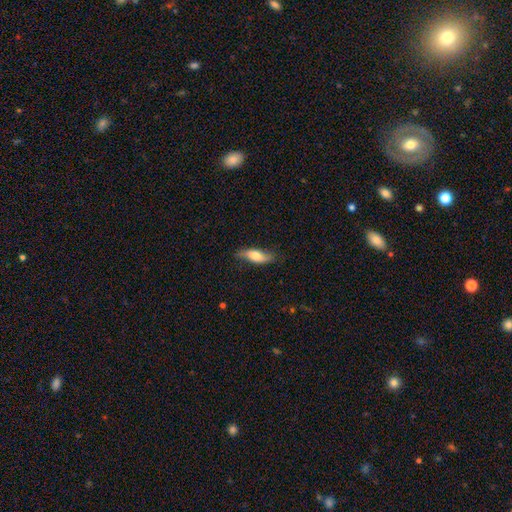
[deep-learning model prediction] Smooth or featured? smooth (63%)
How rounded? in between (62%)
Merging? none (71%)